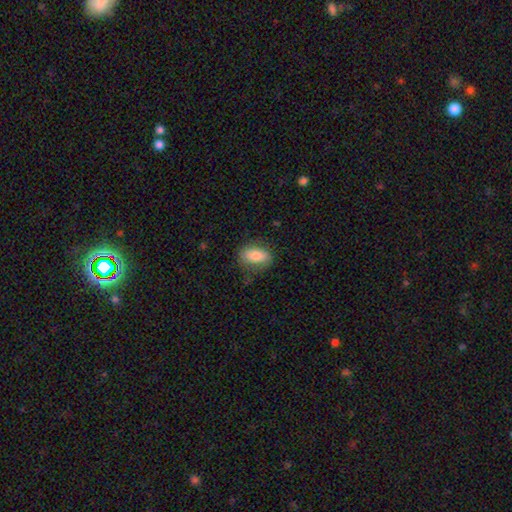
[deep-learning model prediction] Smooth or featured?
  - smooth: 78% *
  - featured or disk: 15%
  - star or artifact: 7%
How rounded?
  - in between: 88% *
  - round: 7%
  - cigar-shaped: 6%
Merging?
  - none: 72% *
  - minor disturbance: 20%
  - major disturbance: 7%
  - merger: 1%